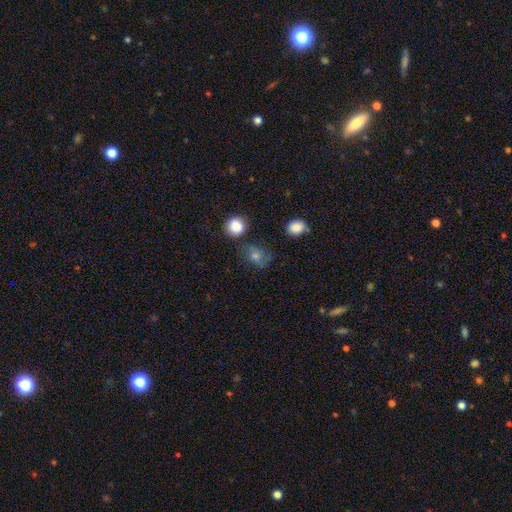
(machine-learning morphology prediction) smooth 64%, star or artifact 19%, featured or disk 17%. Down the decision tree: how rounded — round (64%); merging — none (65%).